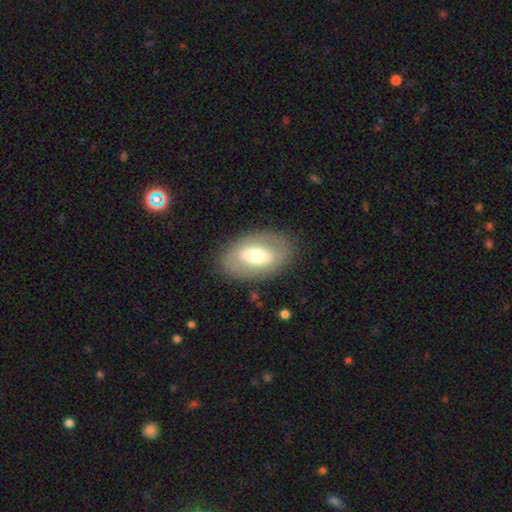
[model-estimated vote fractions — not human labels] smooth_or_featured: smooth (p=0.50) [alt: featured or disk p=0.43]
how_rounded: in between (p=0.90) [alt: round p=0.08]
merging: none (p=0.83) [alt: minor disturbance p=0.11]